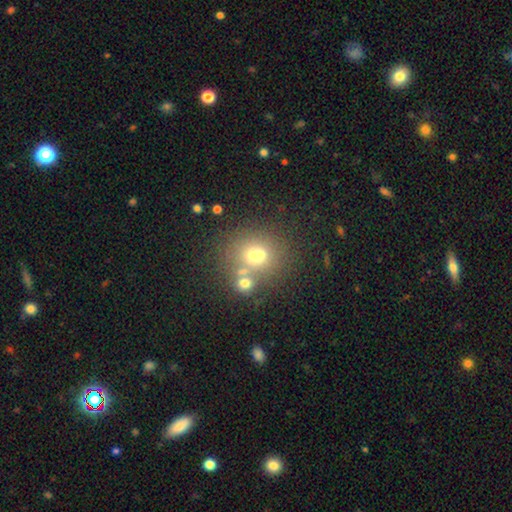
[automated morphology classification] A smooth galaxy with no disk features (63%) that is round (74%). Merging: none (50%).